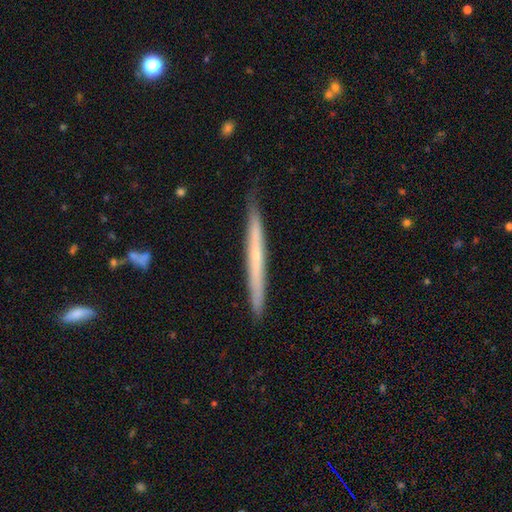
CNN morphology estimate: Smooth or featured?
  - featured or disk: 52% *
  - smooth: 42%
  - star or artifact: 6%
Edge-on disk?
  - yes: 96% *
  - no: 4%
Edge-on bulge?
  - none: 70% *
  - rounded: 26%
  - boxy: 3%
Merging?
  - none: 84% *
  - minor disturbance: 13%
  - major disturbance: 2%
  - merger: 1%